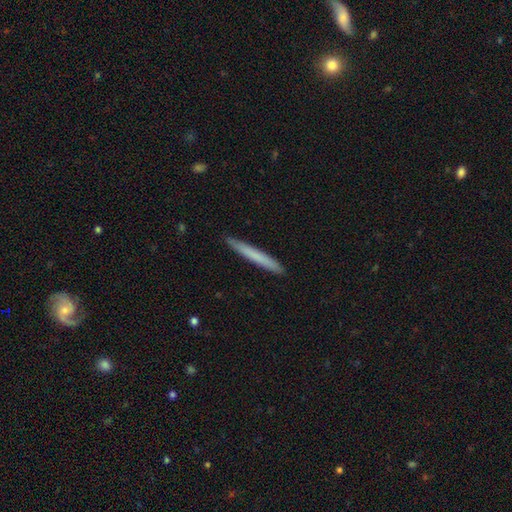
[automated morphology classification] smooth_or_featured: smooth (p=0.69) [alt: featured or disk p=0.25]
how_rounded: cigar-shaped (p=0.97) [alt: in between p=0.02]
merging: none (p=0.91) [alt: minor disturbance p=0.06]